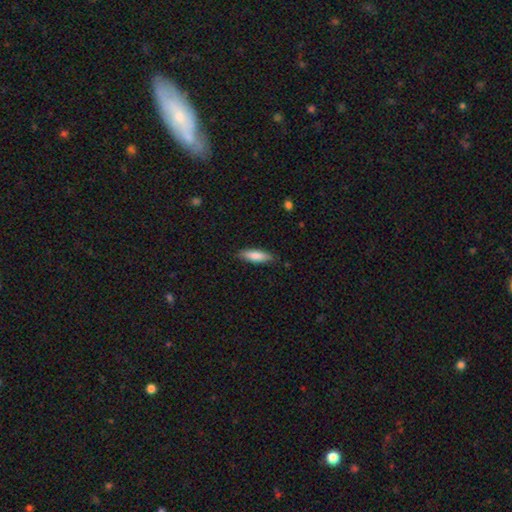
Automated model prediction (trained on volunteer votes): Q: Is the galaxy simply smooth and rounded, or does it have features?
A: smooth — 82%.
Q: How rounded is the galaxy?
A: cigar-shaped — 52%.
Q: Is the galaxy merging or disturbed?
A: none — 85%.